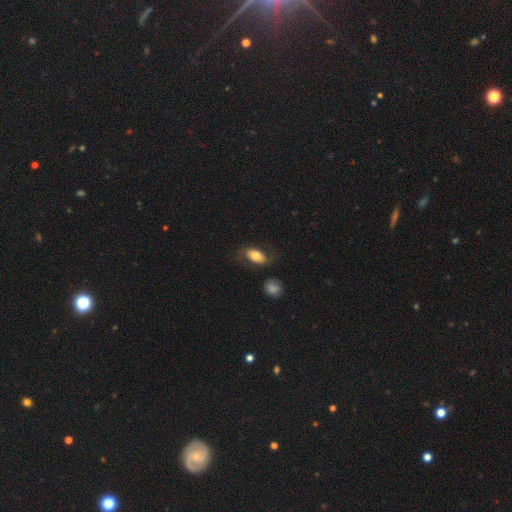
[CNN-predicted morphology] This is likely a smooth galaxy (67%). How rounded: clearly in between (89%). Merging: likely none (65%).